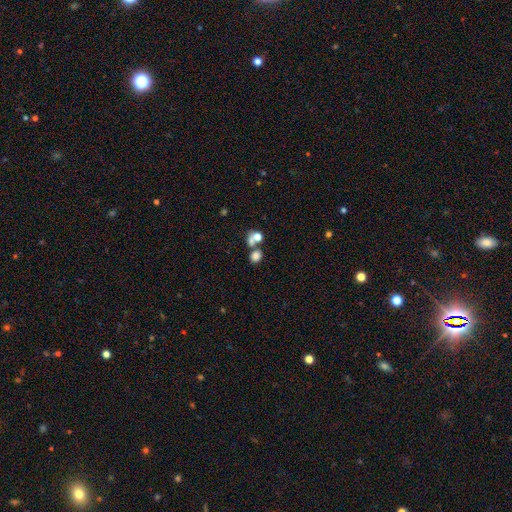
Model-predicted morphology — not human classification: A smooth galaxy with no disk features (75%) that is round (65%).

Vote fractions:
- Smooth or featured? smooth: 75% / star or artifact: 14% / featured or disk: 11%
- How rounded? round: 65% / in between: 34% / cigar-shaped: 1%
- Merging? merger: 44% / none: 43% / minor disturbance: 8% / major disturbance: 5%